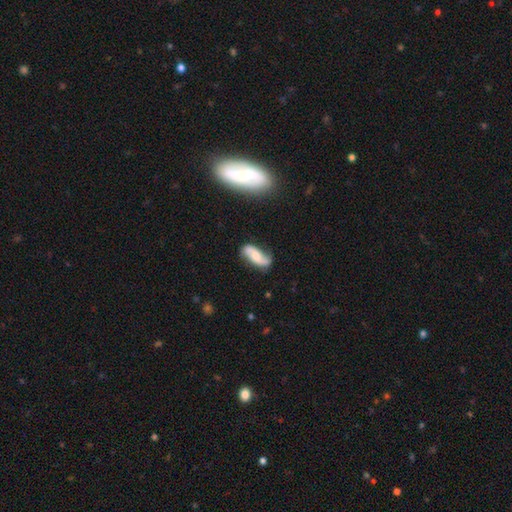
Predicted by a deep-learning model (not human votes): Q: Smooth or featured?
A: featured or disk (70%); runner-up: smooth (23%)
Q: Edge-on disk?
A: no (93%); runner-up: yes (7%)
Q: Bar?
A: no (57%); runner-up: weak (30%)
Q: Spiral arms?
A: yes (92%); runner-up: no (8%)
Q: Spiral winding?
A: loose (61%); runner-up: medium (27%)
Q: Spiral arm count?
A: 2 (90%); runner-up: can't tell (5%)
Q: Bulge size?
A: moderate (52%); runner-up: small (38%)
Q: Merging?
A: none (72%); runner-up: minor disturbance (20%)